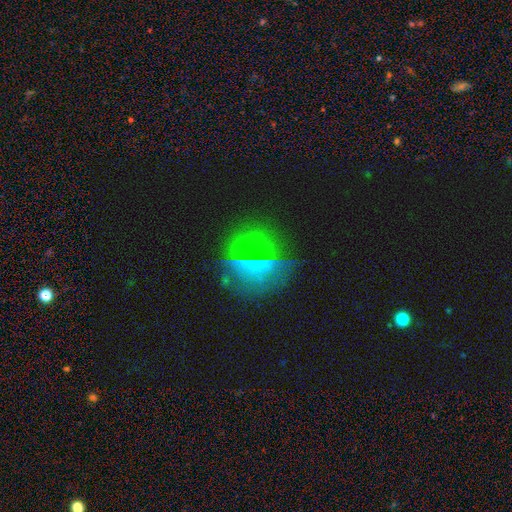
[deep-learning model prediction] Smooth or featured? star or artifact (39%)